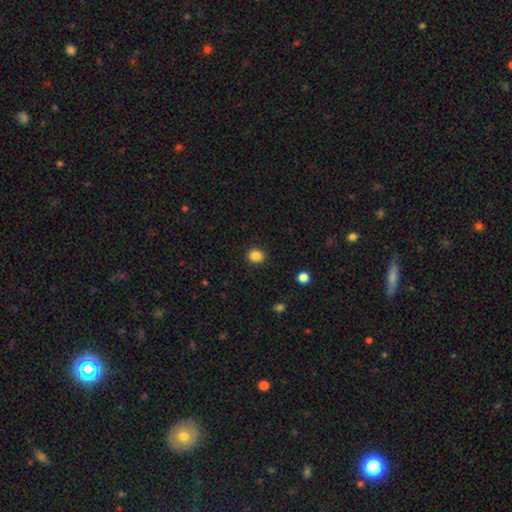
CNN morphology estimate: The model was most divided on "how rounded": round: 81%, in between: 18%, cigar-shaped: 1%. More confident: merging — none (91%); smooth or featured — smooth (85%).